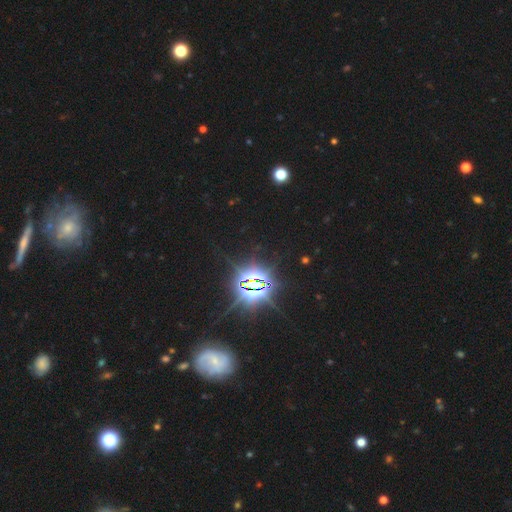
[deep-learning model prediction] smooth_or_featured: star or artifact (p=0.80) [alt: smooth p=0.13]